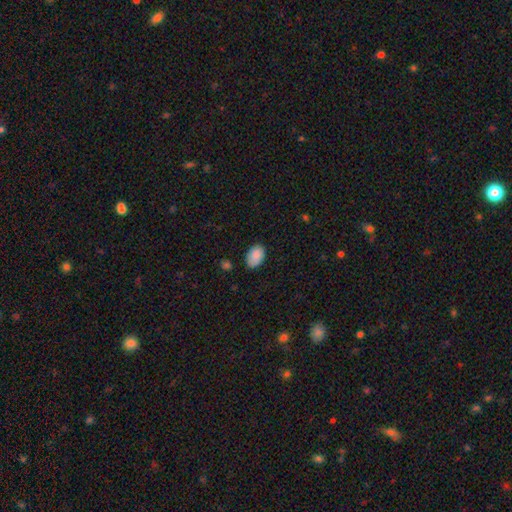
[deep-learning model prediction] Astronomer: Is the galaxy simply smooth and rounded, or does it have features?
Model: smooth — 88%.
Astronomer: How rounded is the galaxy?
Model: in between — 89%.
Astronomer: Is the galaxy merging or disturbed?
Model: none — 79%.